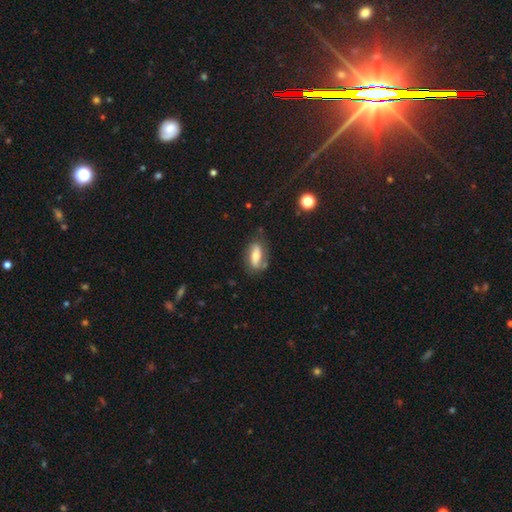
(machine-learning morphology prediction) smooth_or_featured: smooth (p=0.51) [alt: featured or disk p=0.41]
how_rounded: in between (p=0.79) [alt: cigar-shaped p=0.16]
merging: none (p=0.71) [alt: minor disturbance p=0.20]